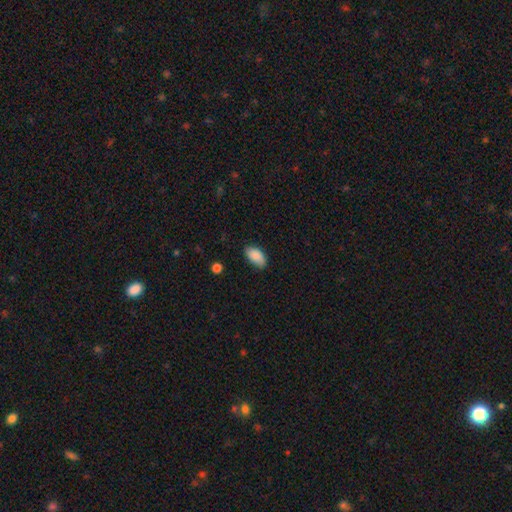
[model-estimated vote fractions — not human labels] smooth_or_featured: smooth (p=0.88) [alt: star or artifact p=0.07]
how_rounded: in between (p=0.94) [alt: round p=0.04]
merging: none (p=0.80) [alt: minor disturbance p=0.16]